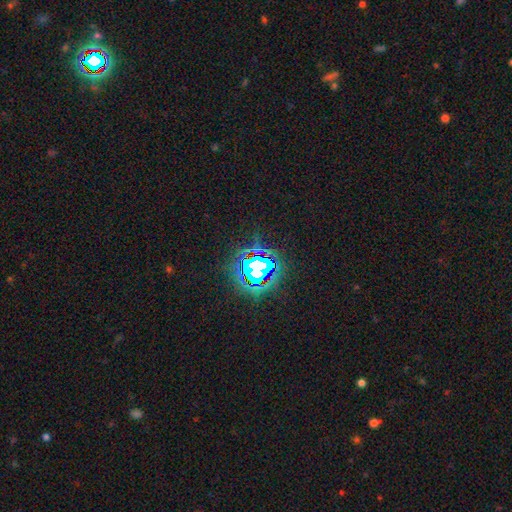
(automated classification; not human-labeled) This is likely a star or artifact rather than a galaxy (77%).